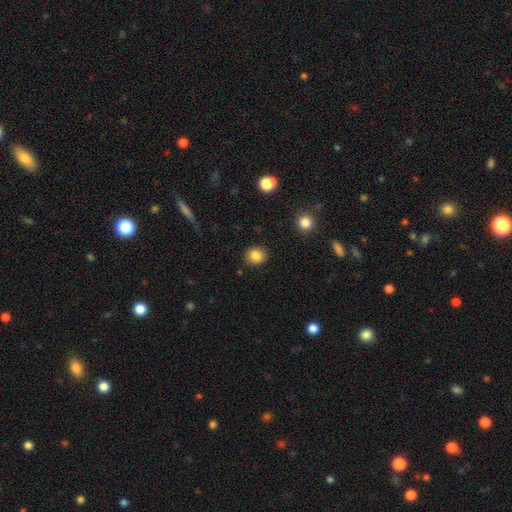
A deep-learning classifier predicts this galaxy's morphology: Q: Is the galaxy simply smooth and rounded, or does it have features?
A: smooth — 85%.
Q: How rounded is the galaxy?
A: round — 73%.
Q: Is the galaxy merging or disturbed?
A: none — 88%.